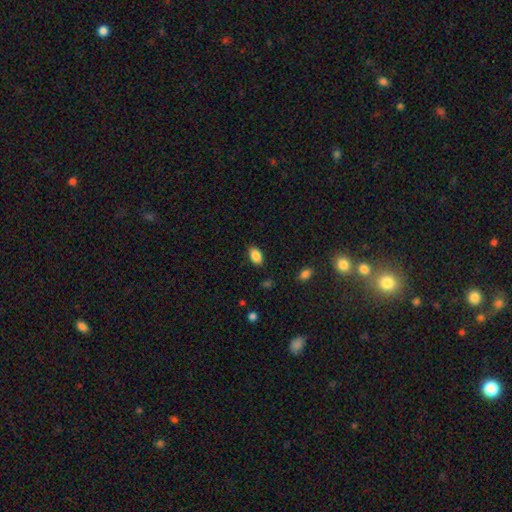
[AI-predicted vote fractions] Smooth or featured? smooth (87%)
How rounded? in between (90%)
Merging? none (86%)